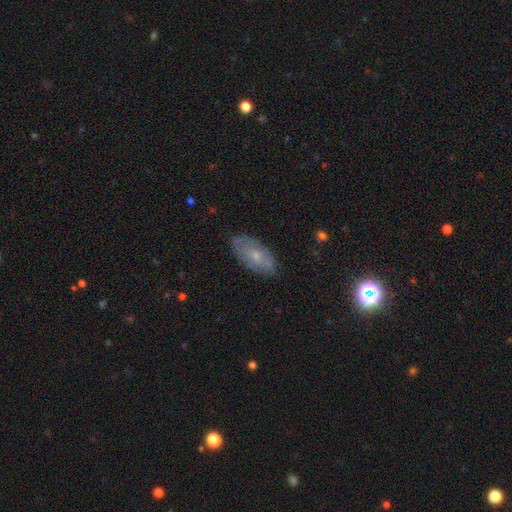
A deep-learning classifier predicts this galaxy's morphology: featured or disk 46%, smooth 45%, star or artifact 9%. Down the decision tree: merging — none (77%).